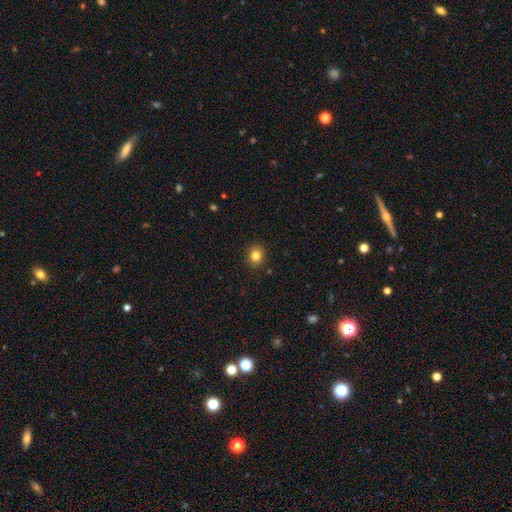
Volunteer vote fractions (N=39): This is likely a smooth galaxy (77%). How rounded: likely round (73%). Merging: clearly none (94%).